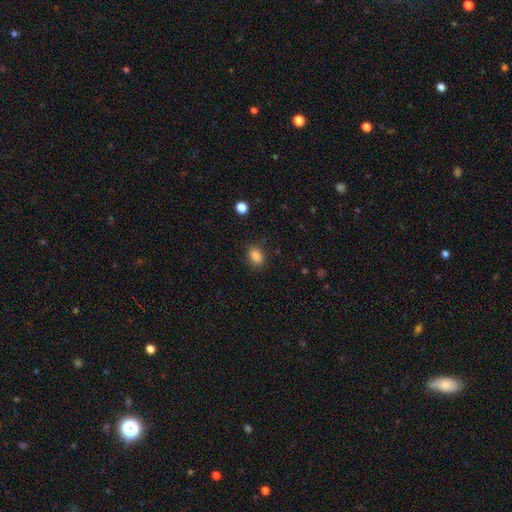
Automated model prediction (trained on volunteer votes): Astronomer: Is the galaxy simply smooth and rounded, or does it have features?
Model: smooth — 86%.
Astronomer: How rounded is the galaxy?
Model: in between — 78%.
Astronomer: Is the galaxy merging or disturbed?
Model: none — 84%.